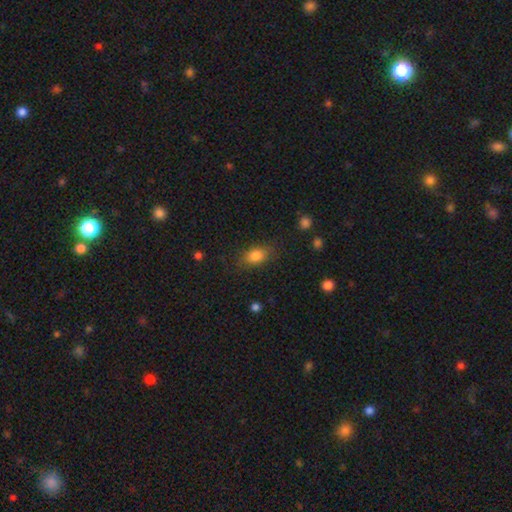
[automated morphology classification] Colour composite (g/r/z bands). It shows a smooth galaxy with no disk features (83%) that is in between round and cigar-shaped (81%). Merging: none (78%).